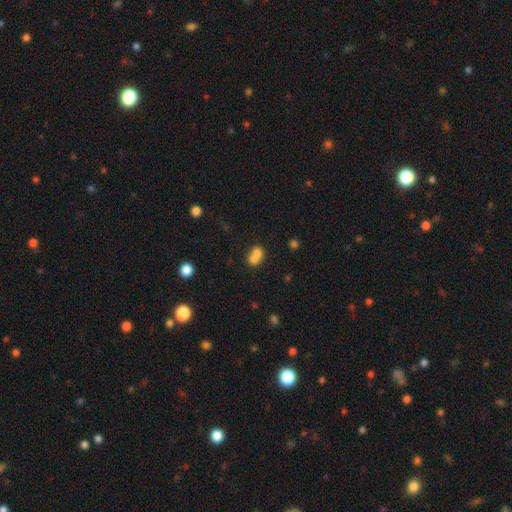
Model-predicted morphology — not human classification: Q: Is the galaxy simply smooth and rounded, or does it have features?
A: smooth — 70%.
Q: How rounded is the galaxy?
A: round — 57%.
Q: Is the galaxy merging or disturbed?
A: merger — 68%.